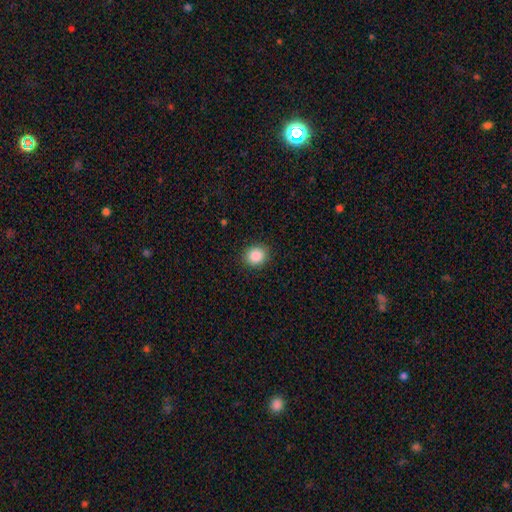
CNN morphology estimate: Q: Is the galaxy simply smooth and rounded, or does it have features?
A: smooth — 88%.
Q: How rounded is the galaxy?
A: round — 74%.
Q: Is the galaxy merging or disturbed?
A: none — 90%.